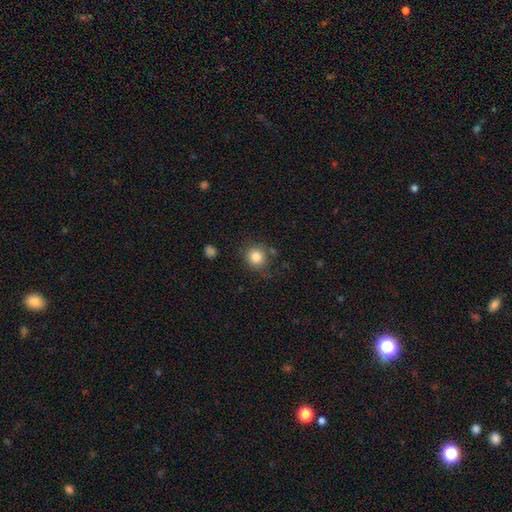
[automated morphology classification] The model was most divided on "merging": none: 79%, minor disturbance: 13%, merger: 4%, major disturbance: 4%. More confident: how rounded — round (89%); smooth or featured — smooth (84%).